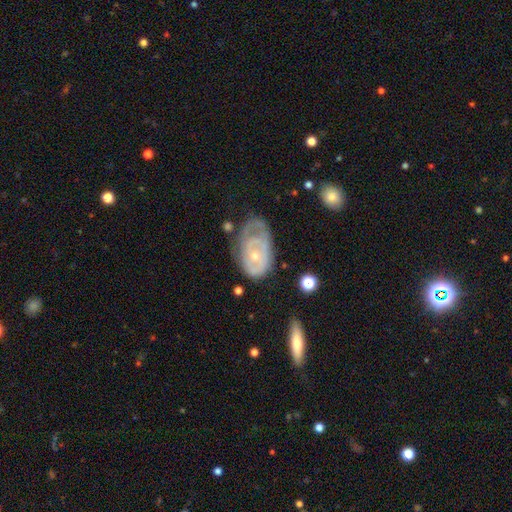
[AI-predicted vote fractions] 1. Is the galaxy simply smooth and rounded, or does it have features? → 69% featured or disk, 24% smooth, 6% star or artifact.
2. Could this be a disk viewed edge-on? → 95% no, 5% yes.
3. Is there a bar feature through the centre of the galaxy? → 79% no, 18% weak, 3% strong.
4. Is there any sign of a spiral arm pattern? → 63% yes, 37% no.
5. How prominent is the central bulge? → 63% small, 33% moderate, 2% none, 1% large, 1% dominant.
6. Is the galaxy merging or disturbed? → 33% none (tied), 33% minor disturbance (tied), 30% major disturbance, 4% merger.